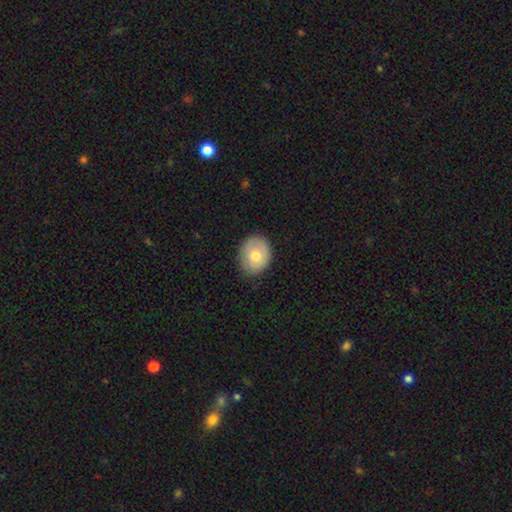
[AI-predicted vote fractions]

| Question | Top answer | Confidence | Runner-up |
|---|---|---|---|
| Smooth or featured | smooth | 70% | featured or disk (23%) |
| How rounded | round | 61% | in between (38%) |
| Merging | none | 82% | minor disturbance (14%) |